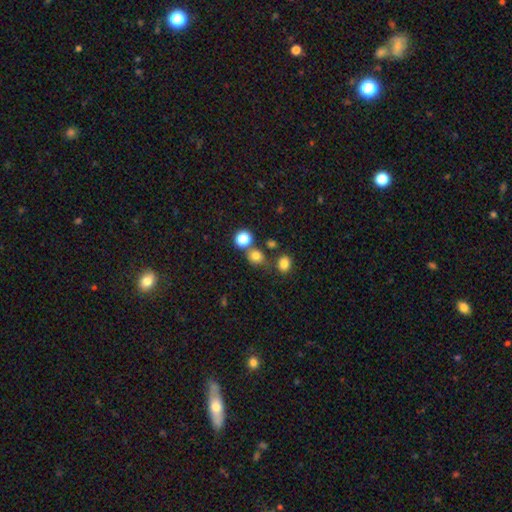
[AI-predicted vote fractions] The model was most divided on "merging": none: 67%, merger: 19%, minor disturbance: 10%, major disturbance: 4%. More confident: how rounded — round (81%); smooth or featured — smooth (76%).